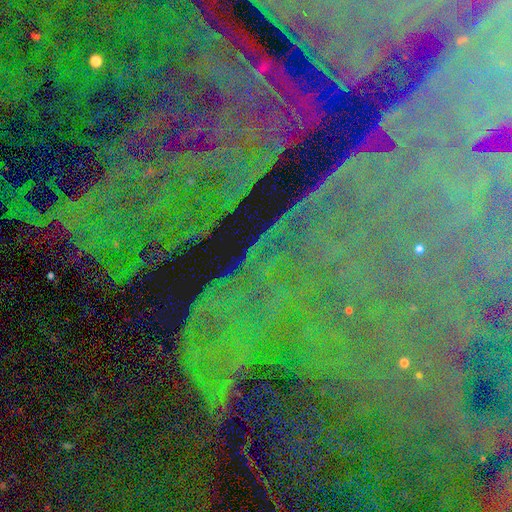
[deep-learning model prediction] Smooth or featured? Predicted: star or artifact (p=0.85).